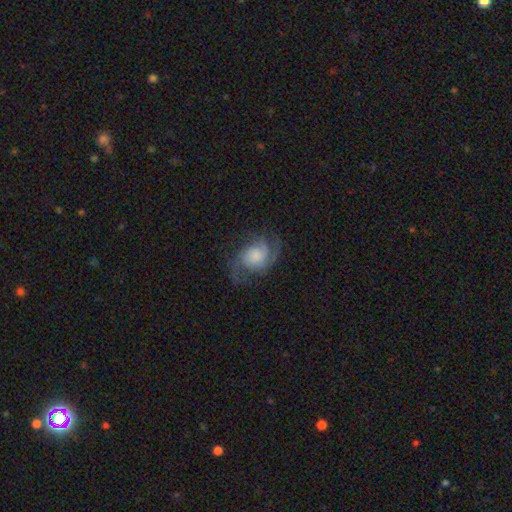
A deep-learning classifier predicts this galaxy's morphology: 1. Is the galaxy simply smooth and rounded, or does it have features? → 77% featured or disk, 16% smooth, 7% star or artifact.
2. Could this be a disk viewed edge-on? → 98% no, 2% yes.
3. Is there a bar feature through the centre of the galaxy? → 73% no, 23% weak, 4% strong.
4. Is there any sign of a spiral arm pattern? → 95% yes, 5% no.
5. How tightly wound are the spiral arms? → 49% medium, 28% loose, 23% tight.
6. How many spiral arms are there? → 65% 2, 14% 3, 9% can't tell, 4% 1, 4% 4, 4% more than 4.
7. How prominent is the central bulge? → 29% large, 24% moderate, 24% small, 15% none, 8% dominant.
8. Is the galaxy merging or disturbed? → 65% none, 18% minor disturbance, 15% major disturbance, 1% merger.